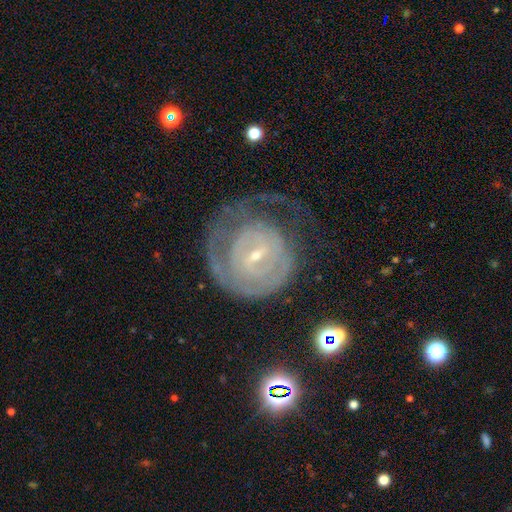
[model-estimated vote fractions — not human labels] The model was most divided on "merging": none: 48%, major disturbance: 30%, minor disturbance: 20%, merger: 2%. Remaining: edge-on disk — no (97%); spiral arms — yes (84%); smooth or featured — featured or disk (80%); bulge size — small (79%); spiral winding — tight (71%); bar — weak (53%); spiral arm count — can't tell (46%).